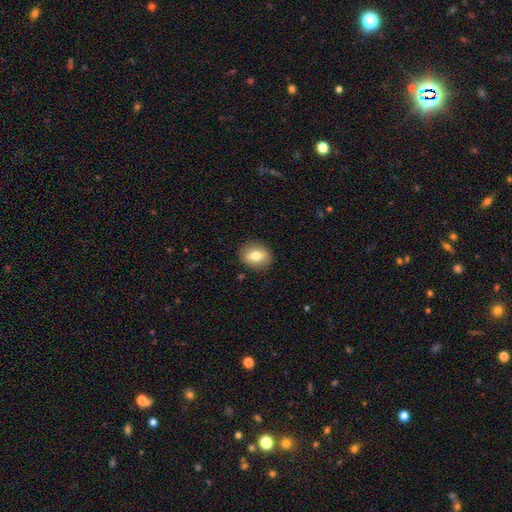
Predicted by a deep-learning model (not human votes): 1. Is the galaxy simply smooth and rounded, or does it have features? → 66% smooth, 25% featured or disk, 8% star or artifact.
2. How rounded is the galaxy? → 52% in between, 46% round, 2% cigar-shaped.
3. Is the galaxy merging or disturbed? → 87% none, 9% minor disturbance, 3% major disturbance, 1% merger.